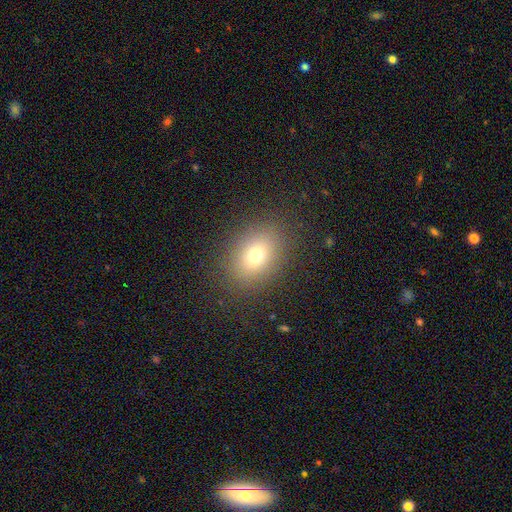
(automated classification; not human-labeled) smooth 72%, star or artifact 15%, featured or disk 13%. Down the decision tree: how rounded — in between (63%); merging — none (86%).